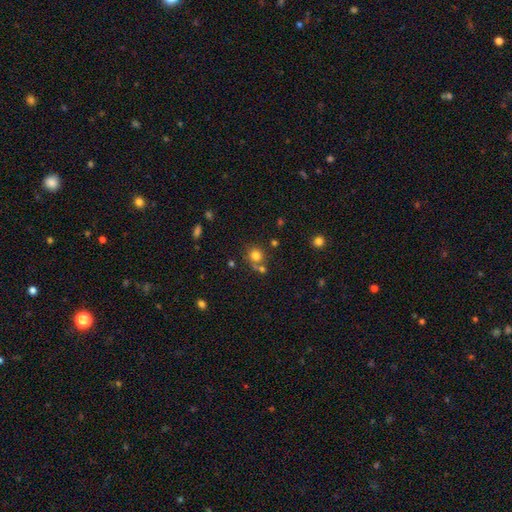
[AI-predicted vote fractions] Overall: smooth (78%). How rounded: round (88%). Merging: none (63%).